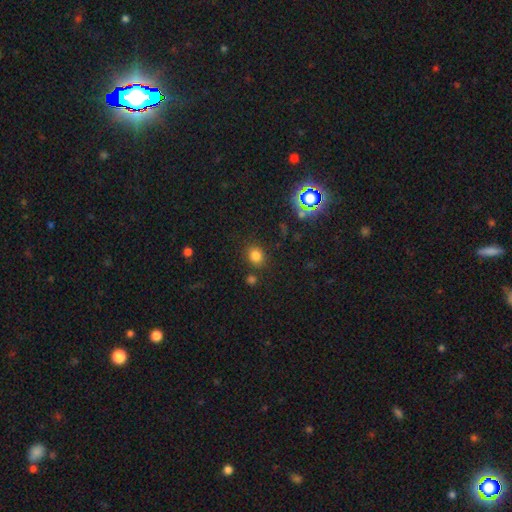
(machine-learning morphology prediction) type=smooth (79%); roundness=round (70%); merging=none (81%).